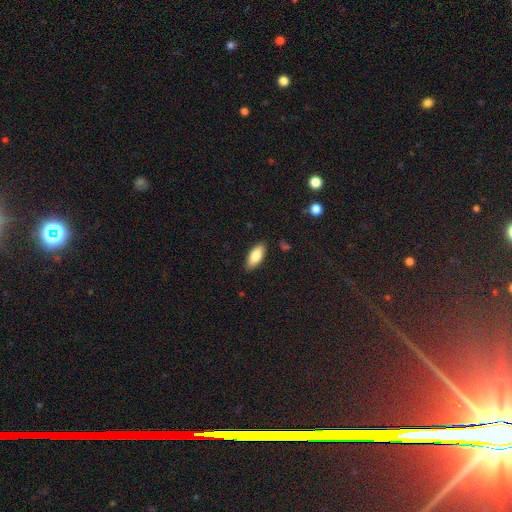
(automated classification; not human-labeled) The model was most divided on "how rounded": in between: 81%, cigar-shaped: 17%, round: 2%. More confident: merging — none (87%); smooth or featured — smooth (84%).